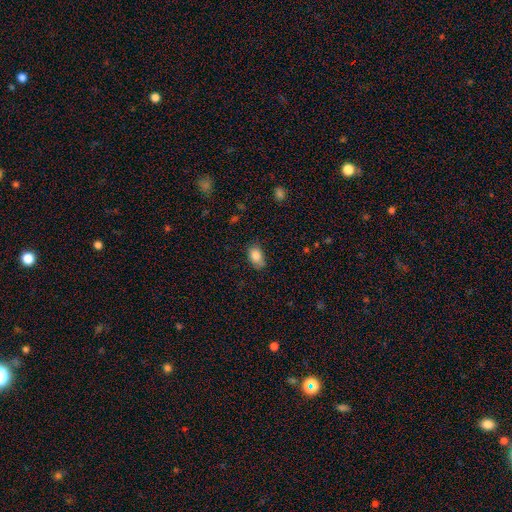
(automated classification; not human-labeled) smooth-or-featured: smooth: 85% | star or artifact: 8% | featured or disk: 7%
  how-rounded: in between: 86% | round: 13% | cigar-shaped: 2%
  merging: none: 70% | minor disturbance: 24% | major disturbance: 4% | merger: 2%